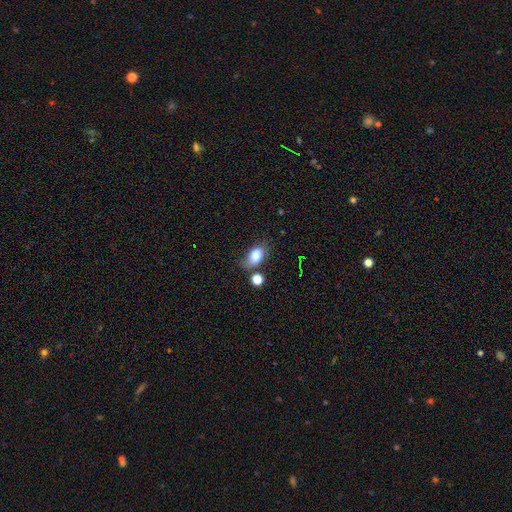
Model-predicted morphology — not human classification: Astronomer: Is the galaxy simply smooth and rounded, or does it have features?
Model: smooth — 81%.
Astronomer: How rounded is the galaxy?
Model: in between — 85%.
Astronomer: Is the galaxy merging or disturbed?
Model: none — 54%.